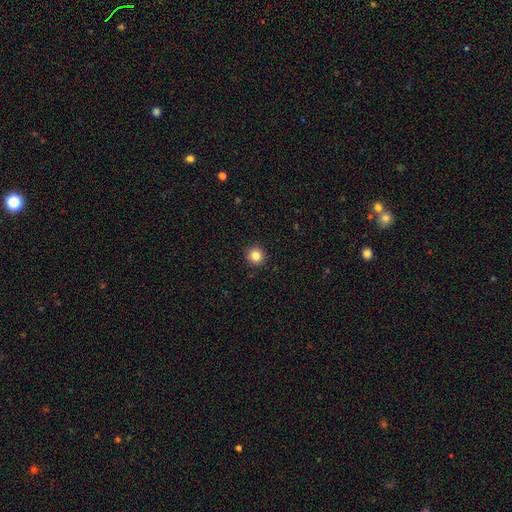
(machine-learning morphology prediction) smooth 83%, star or artifact 11%, featured or disk 6%. Down the decision tree: how rounded — round (94%); merging — none (92%).